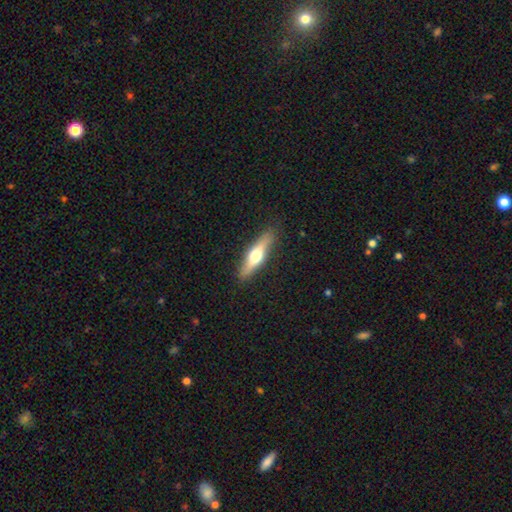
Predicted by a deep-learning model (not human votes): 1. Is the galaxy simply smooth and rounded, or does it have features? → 53% featured or disk, 42% smooth, 5% star or artifact.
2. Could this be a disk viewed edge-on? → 91% yes, 9% no.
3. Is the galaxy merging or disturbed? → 87% none, 10% minor disturbance, 2% major disturbance, 1% merger.